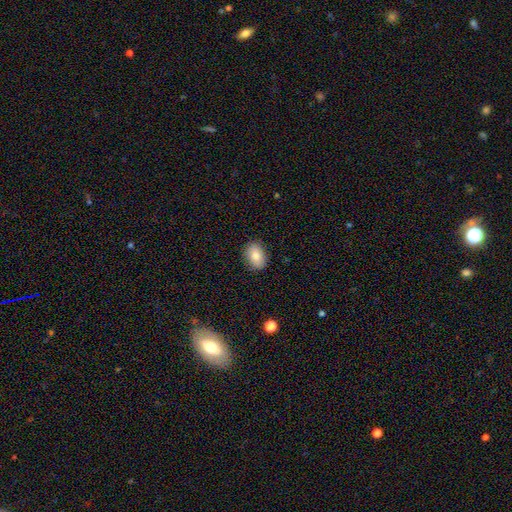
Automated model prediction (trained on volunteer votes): smooth-or-featured: smooth: 81% | featured or disk: 11% | star or artifact: 8%
  how-rounded: in between: 73% | round: 26% | cigar-shaped: 1%
  merging: none: 87% | minor disturbance: 10% | major disturbance: 2% | merger: 1%